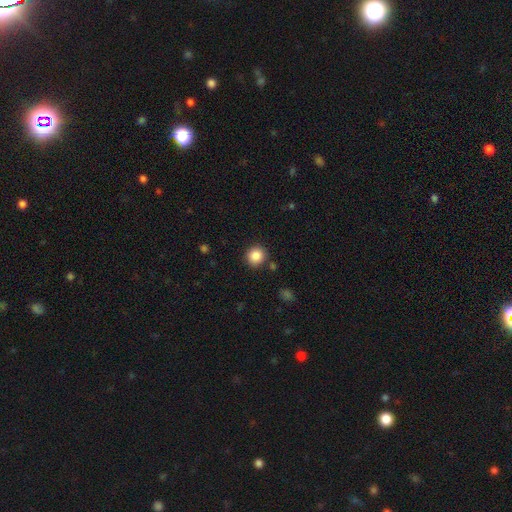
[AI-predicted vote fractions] smooth_or_featured: smooth (p=0.86) [alt: star or artifact p=0.10]
how_rounded: round (p=0.89) [alt: in between p=0.10]
merging: none (p=0.87) [alt: minor disturbance p=0.08]